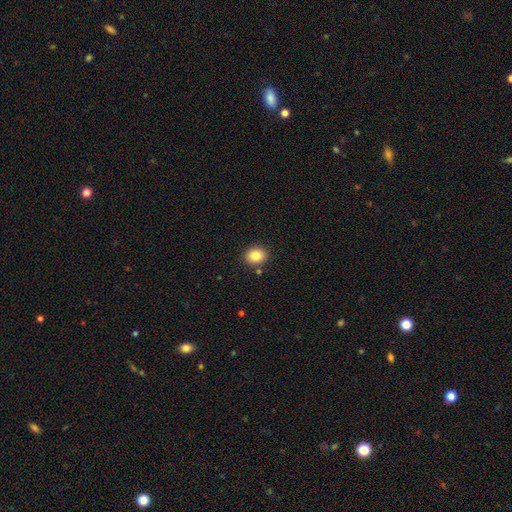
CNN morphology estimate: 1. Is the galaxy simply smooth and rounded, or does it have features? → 83% smooth, 10% star or artifact, 7% featured or disk.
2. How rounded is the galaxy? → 68% round, 31% in between, 1% cigar-shaped.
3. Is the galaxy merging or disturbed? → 87% none, 8% minor disturbance, 3% merger, 2% major disturbance.